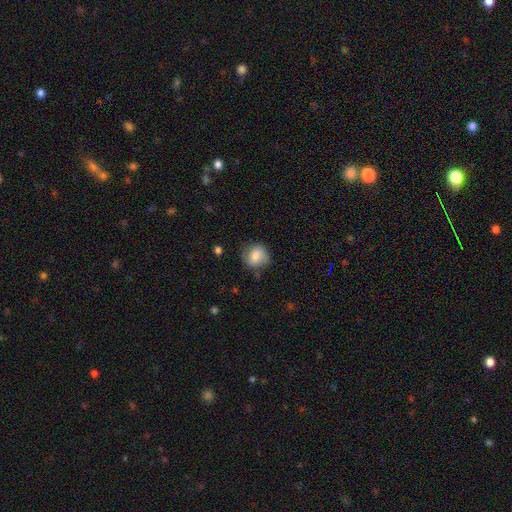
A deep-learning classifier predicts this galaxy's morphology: A smooth galaxy with no disk features (75%) that is round (77%). Merging: none (71%).